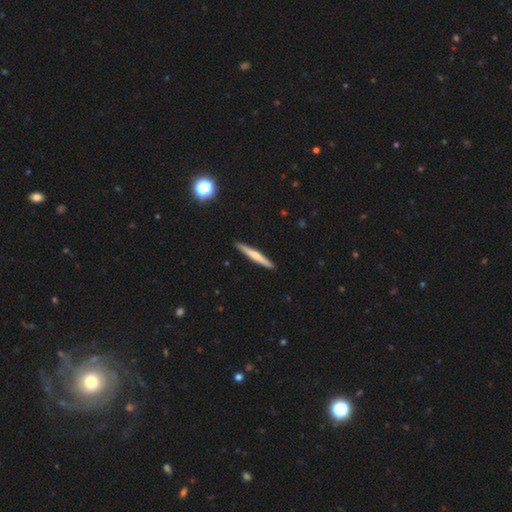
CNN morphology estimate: Smooth or featured? Predicted: smooth (p=0.50). Merging? Predicted: none (p=0.91).